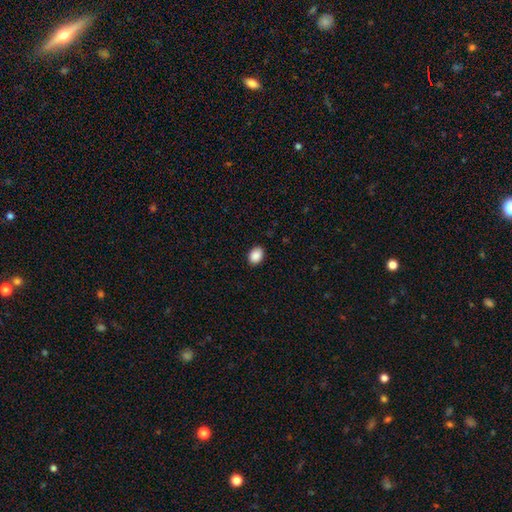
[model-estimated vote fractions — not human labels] smooth 90%, star or artifact 8%, featured or disk 3%. Down the decision tree: how rounded — in between (73%); merging — none (89%).